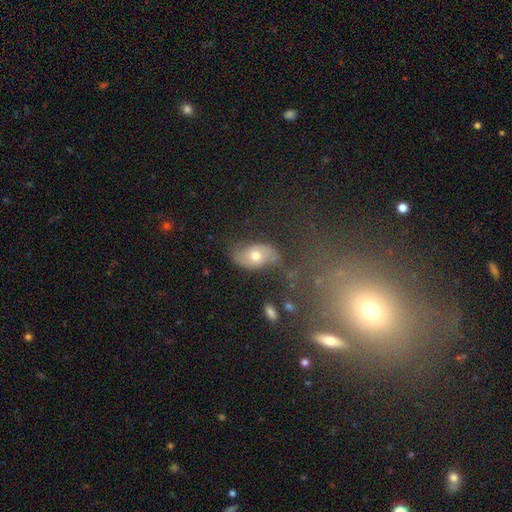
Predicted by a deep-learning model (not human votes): Smooth or featured? smooth (51%)
How rounded? in between (89%)
Merging? none (64%)